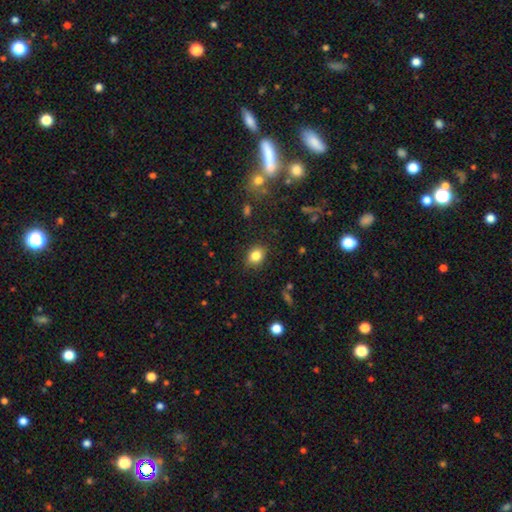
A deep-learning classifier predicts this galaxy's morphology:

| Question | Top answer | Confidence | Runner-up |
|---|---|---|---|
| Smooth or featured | smooth | 83% | star or artifact (10%) |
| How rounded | in between | 56% | round (43%) |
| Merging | none | 86% | minor disturbance (10%) |